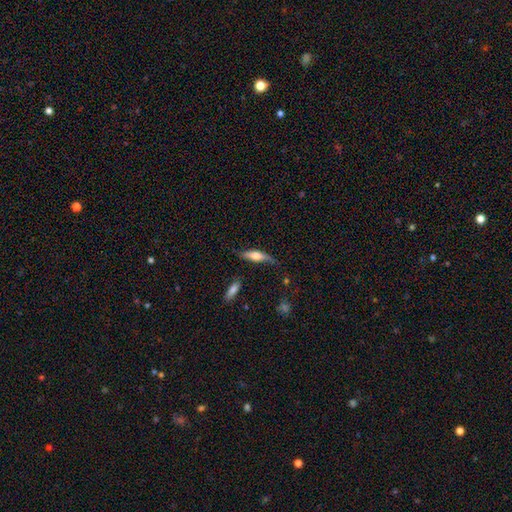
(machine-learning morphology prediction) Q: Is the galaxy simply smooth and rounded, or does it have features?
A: smooth — 54%.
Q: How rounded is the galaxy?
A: cigar-shaped — 57%.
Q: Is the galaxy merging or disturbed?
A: none — 62%.